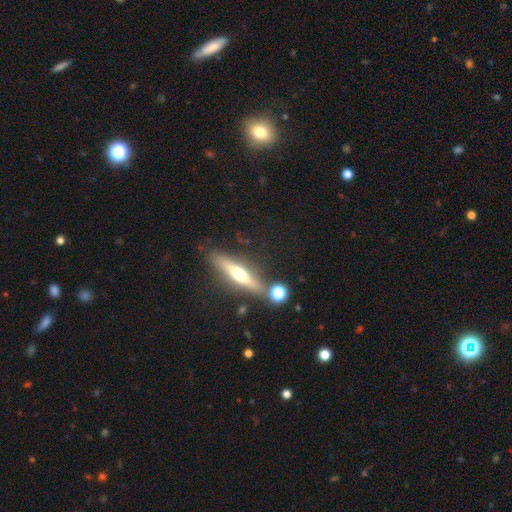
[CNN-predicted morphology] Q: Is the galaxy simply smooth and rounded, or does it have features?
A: featured or disk — 69%.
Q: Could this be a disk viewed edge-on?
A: yes — 93%.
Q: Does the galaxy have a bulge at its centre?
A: rounded — 92%.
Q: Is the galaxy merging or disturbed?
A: none — 76%.